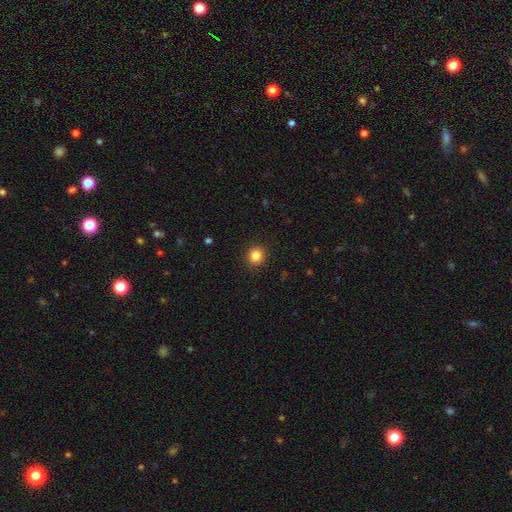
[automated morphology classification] A smooth galaxy with no disk features (84%) that is round (92%).

Vote fractions:
- Smooth or featured? smooth: 84% / star or artifact: 11% / featured or disk: 4%
- How rounded? round: 92% / in between: 7% / cigar-shaped: 1%
- Merging? none: 92% / minor disturbance: 5% / major disturbance: 2% / merger: 1%